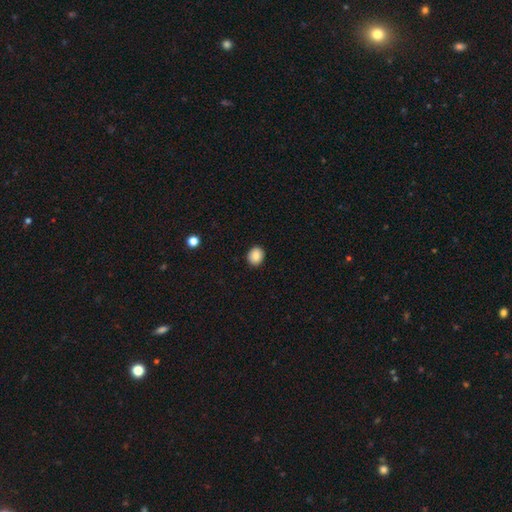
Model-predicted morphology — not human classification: smooth 86%, star or artifact 8%, featured or disk 5%. Down the decision tree: how rounded — round (73%); merging — none (90%).